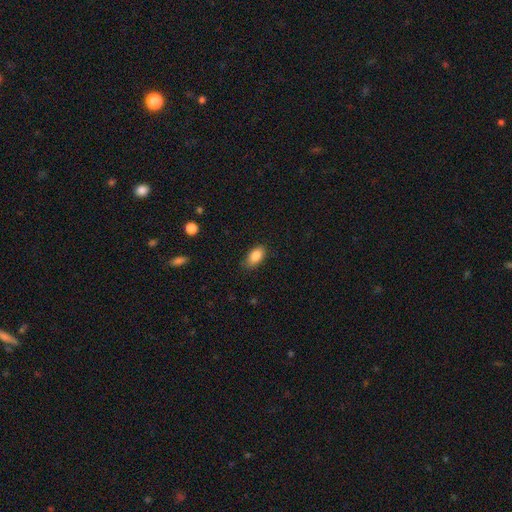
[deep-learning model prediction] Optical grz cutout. It shows a smooth galaxy with no disk features (86%) that is in between round and cigar-shaped (91%). Merging: none (80%).